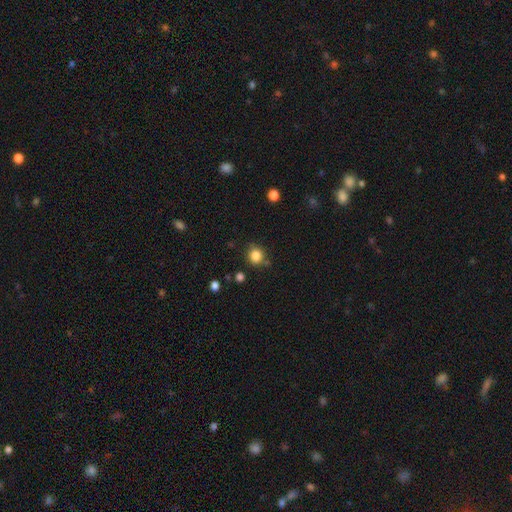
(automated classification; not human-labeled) Morphology: type=smooth (84%); roundness=round (82%); merging=none (77%).